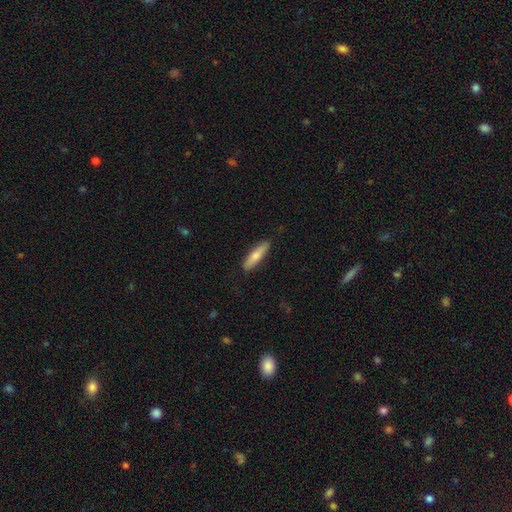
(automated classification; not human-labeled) Smooth or featured: smooth — 72% (featured or disk — 22%)
How rounded: cigar-shaped — 73% (in between — 25%)
Merging: none — 88% (minor disturbance — 9%)